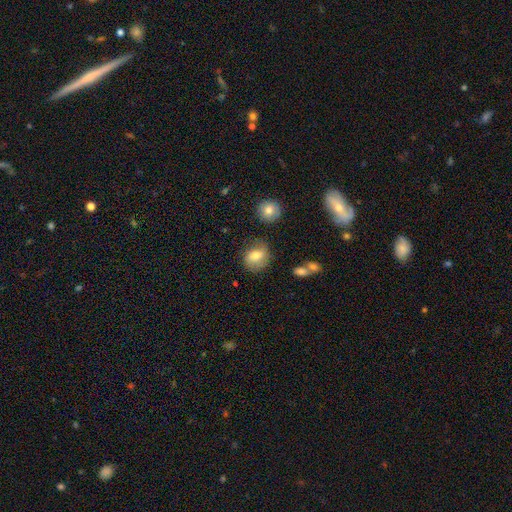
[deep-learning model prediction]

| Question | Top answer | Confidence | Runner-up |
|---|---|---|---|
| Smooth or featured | smooth | 70% | featured or disk (21%) |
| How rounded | round | 58% | in between (40%) |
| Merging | none | 67% | minor disturbance (21%) |